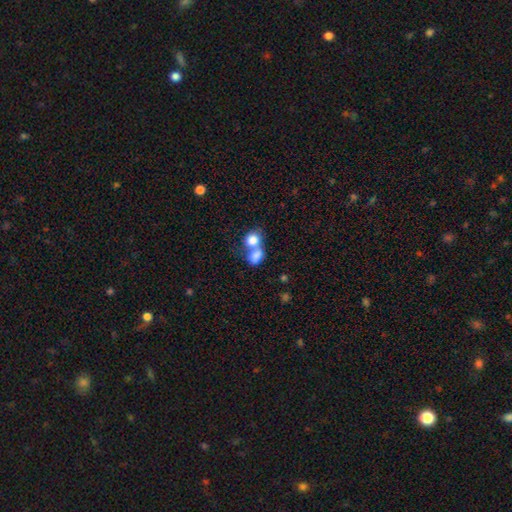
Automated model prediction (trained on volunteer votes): Q: Smooth or featured?
A: smooth (79%); runner-up: featured or disk (12%)
Q: How rounded?
A: in between (58%); runner-up: round (40%)
Q: Merging?
A: merger (72%); runner-up: none (18%)